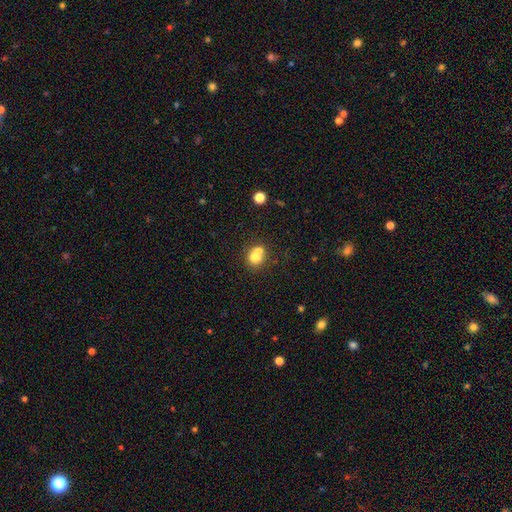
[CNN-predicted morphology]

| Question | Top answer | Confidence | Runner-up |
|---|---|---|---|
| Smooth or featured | smooth | 71% | featured or disk (17%) |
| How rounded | round | 75% | in between (24%) |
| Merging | merger | 54% | none (35%) |